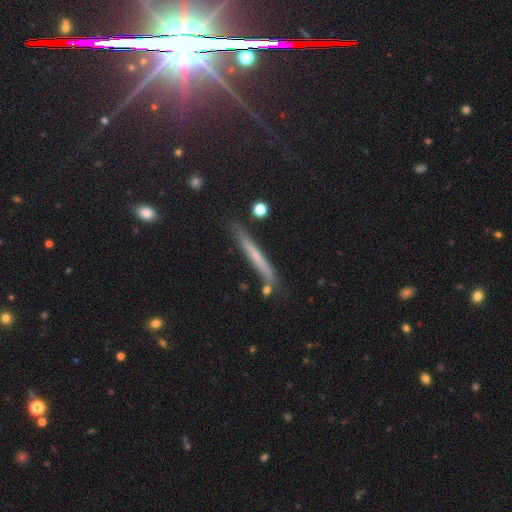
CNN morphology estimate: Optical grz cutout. It shows a smooth galaxy with no disk features (50%). Merging: none (82%).